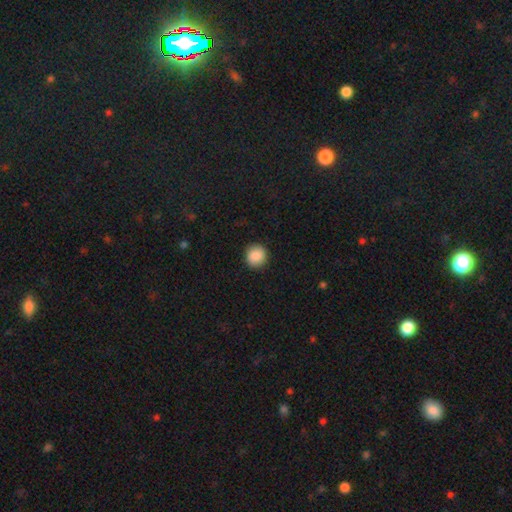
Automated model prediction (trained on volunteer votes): Smooth or featured: smooth — 89% (star or artifact — 8%)
How rounded: round — 92% (in between — 7%)
Merging: none — 91% (minor disturbance — 6%)